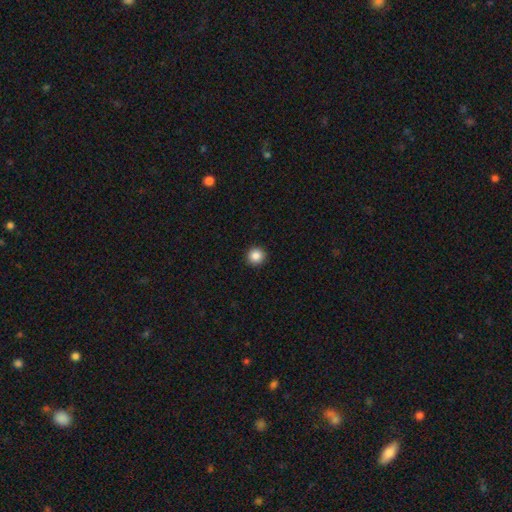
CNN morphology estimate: This is clearly a smooth galaxy (87%). How rounded: clearly round (95%). Merging: clearly none (93%).